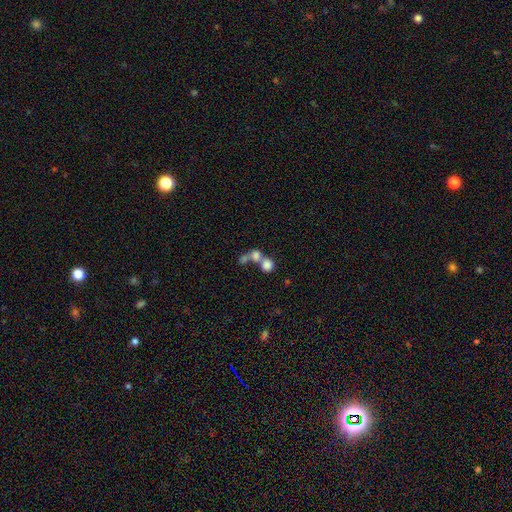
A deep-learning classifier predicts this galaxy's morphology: Smooth or featured?
  - smooth: 73% *
  - featured or disk: 15%
  - star or artifact: 12%
How rounded?
  - round: 73% *
  - in between: 25%
  - cigar-shaped: 2%
Merging?
  - merger: 62% *
  - none: 26%
  - major disturbance: 6%
  - minor disturbance: 6%